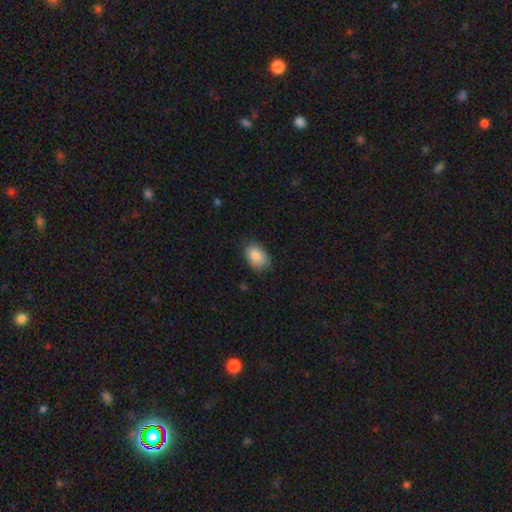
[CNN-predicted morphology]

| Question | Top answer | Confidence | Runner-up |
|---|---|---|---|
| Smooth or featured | smooth | 86% | star or artifact (7%) |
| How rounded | in between | 81% | round (18%) |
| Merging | none | 78% | minor disturbance (18%) |